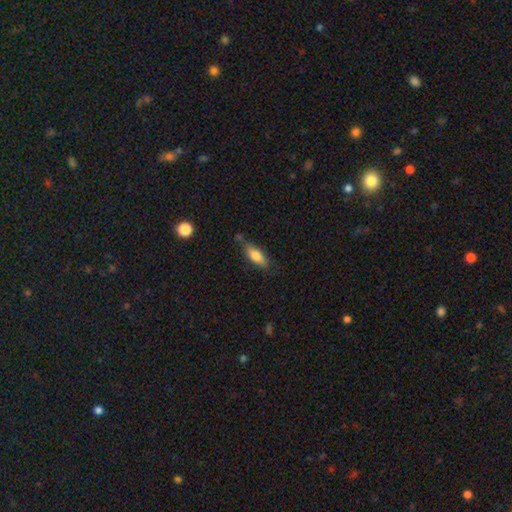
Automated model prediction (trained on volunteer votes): smooth_or_featured: smooth (p=0.75) [alt: featured or disk p=0.18]
how_rounded: in between (p=0.69) [alt: cigar-shaped p=0.28]
merging: none (p=0.63) [alt: minor disturbance p=0.25]